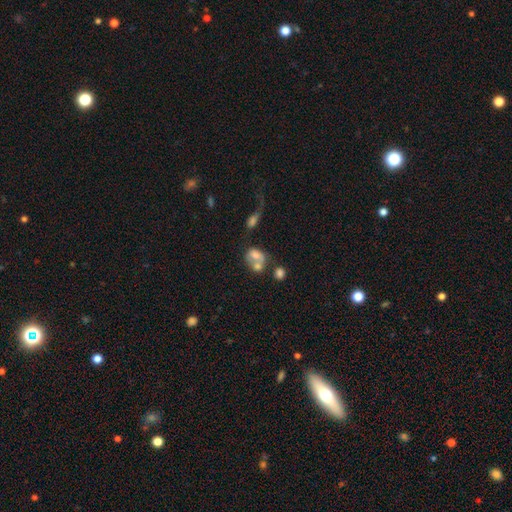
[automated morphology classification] smooth-or-featured: smooth: 61% | featured or disk: 28% | star or artifact: 11%
  how-rounded: in between: 58% | round: 41% | cigar-shaped: 2%
  merging: merger: 58% | none: 19% | major disturbance: 13% | minor disturbance: 9%